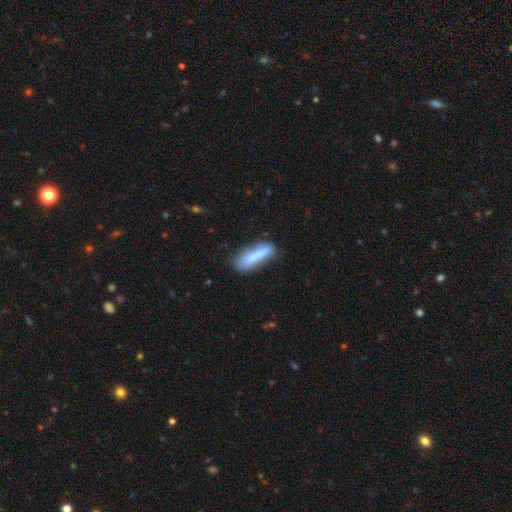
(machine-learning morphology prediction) Overall: smooth (72%). How rounded: cigar-shaped (62%; in between 36%). Merging: none (60%; minor disturbance 25%).